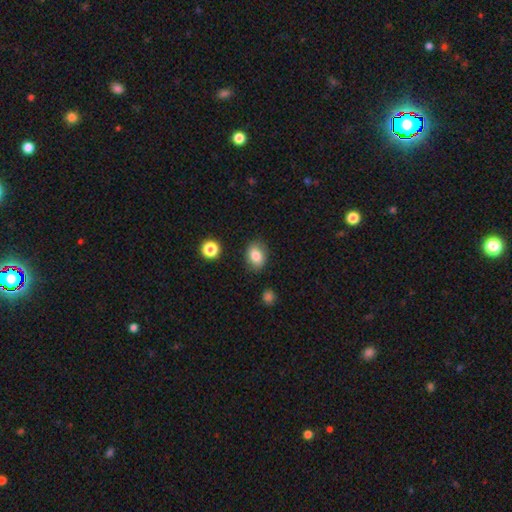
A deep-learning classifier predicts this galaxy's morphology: This appears to be a smooth galaxy with no disk features (84%) that is in between round and cigar-shaped (73%). Merging: none (84%).